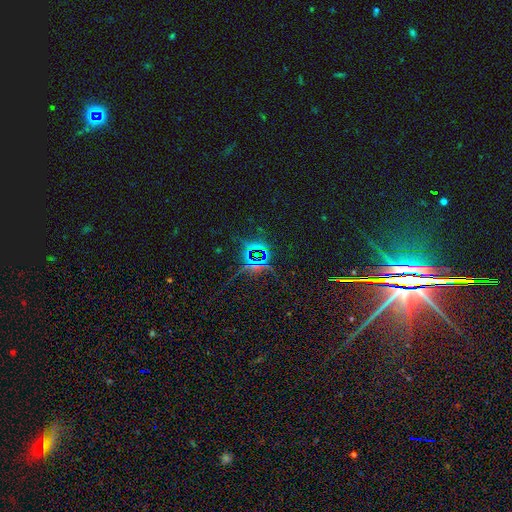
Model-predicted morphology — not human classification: star or artifact 81%, smooth 10%, featured or disk 9%.